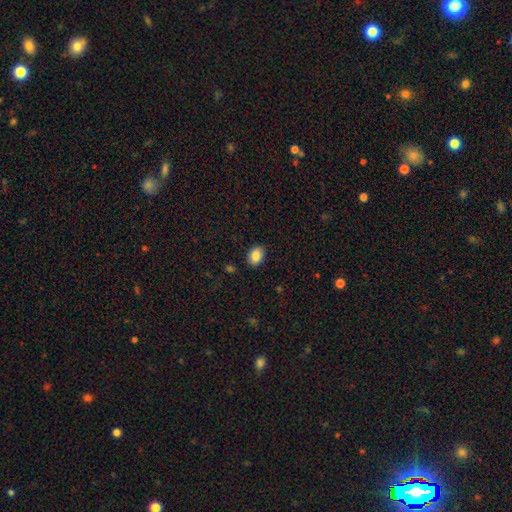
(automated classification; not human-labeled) Smooth or featured?
  - smooth: 85% *
  - star or artifact: 8%
  - featured or disk: 7%
How rounded?
  - in between: 71% *
  - round: 28%
  - cigar-shaped: 1%
Merging?
  - none: 88% *
  - minor disturbance: 9%
  - major disturbance: 2%
  - merger: 1%